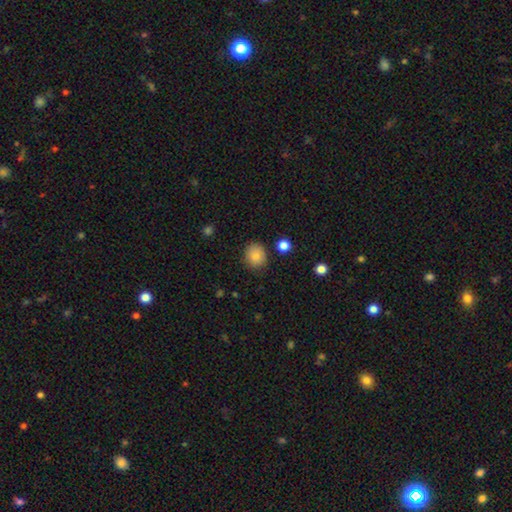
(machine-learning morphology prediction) This is clearly a smooth galaxy (83%). How rounded: likely round (78%). Merging: clearly none (83%).